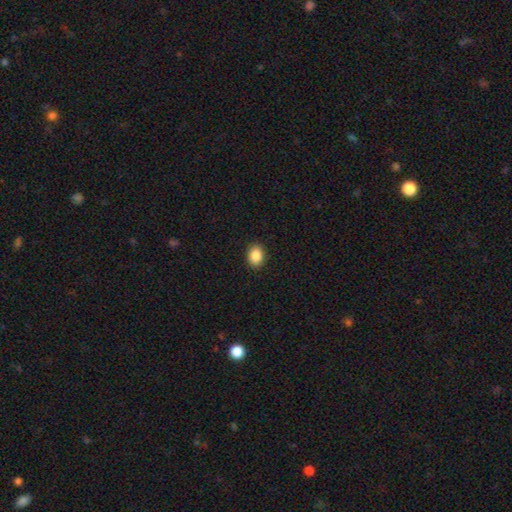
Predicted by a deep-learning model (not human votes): A smooth galaxy with no disk features (88%) that is in between round and cigar-shaped (69%). Merging: none (90%).